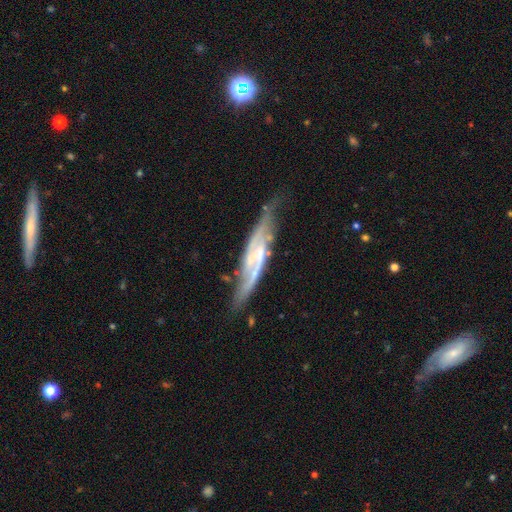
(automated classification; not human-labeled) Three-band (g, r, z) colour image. It shows a featured or disk galaxy (82%). Merging: none (63%).